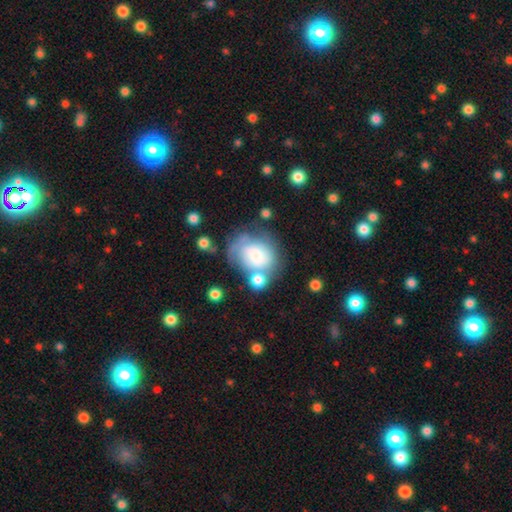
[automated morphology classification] A smooth galaxy with no disk features (52%) that is round (60%). Merging: none (38%).